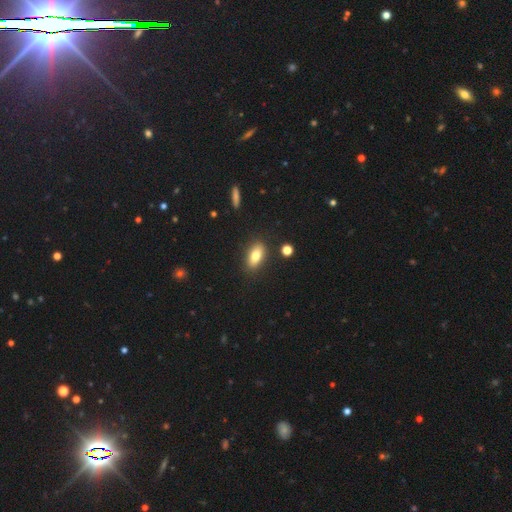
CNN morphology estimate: Smooth or featured? Predicted: smooth (p=0.78). How rounded? Predicted: in between (p=0.86). Merging? Predicted: none (p=0.86).